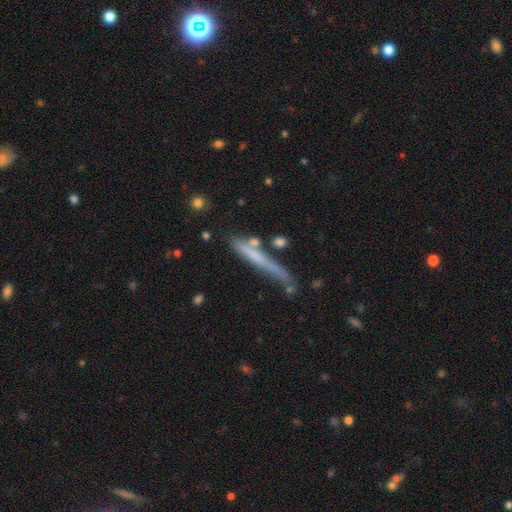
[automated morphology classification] type=smooth (50%); merging=none (66%).